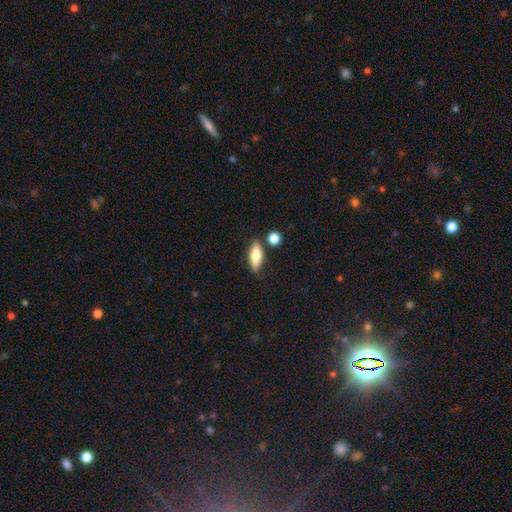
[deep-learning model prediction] A smooth galaxy with no disk features (75%) that is in between round and cigar-shaped (69%).

Vote fractions:
- Smooth or featured? smooth: 75% / featured or disk: 18% / star or artifact: 7%
- How rounded? in between: 69% / cigar-shaped: 28% / round: 4%
- Merging? none: 80% / minor disturbance: 11% / merger: 7% / major disturbance: 3%